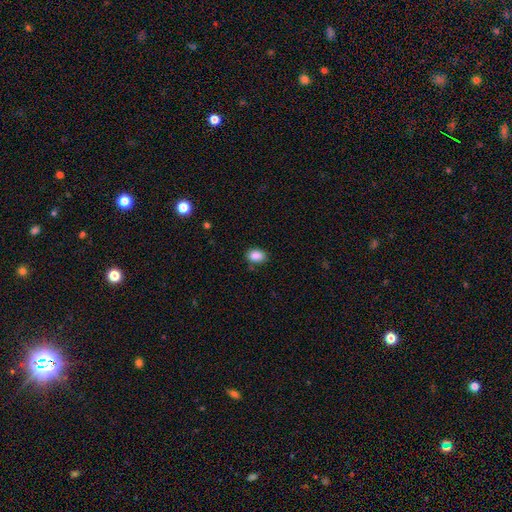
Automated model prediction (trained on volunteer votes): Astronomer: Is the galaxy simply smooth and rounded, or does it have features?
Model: smooth — 88%.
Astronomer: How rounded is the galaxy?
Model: in between — 79%.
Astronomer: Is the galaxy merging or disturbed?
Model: none — 80%.